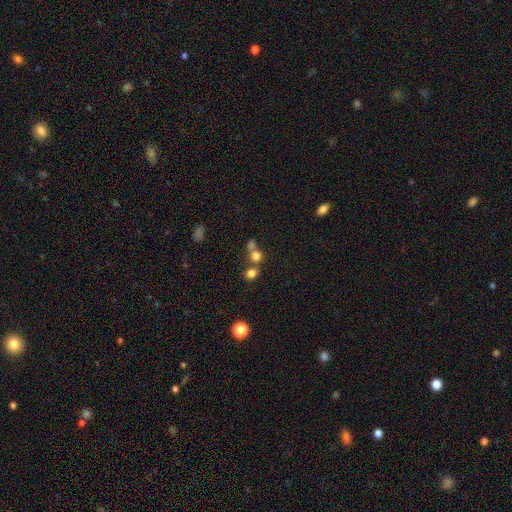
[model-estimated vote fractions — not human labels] Smooth or featured: smooth — 74% (star or artifact — 16%)
How rounded: round — 84% (in between — 15%)
Merging: none — 50% (merger — 39%)